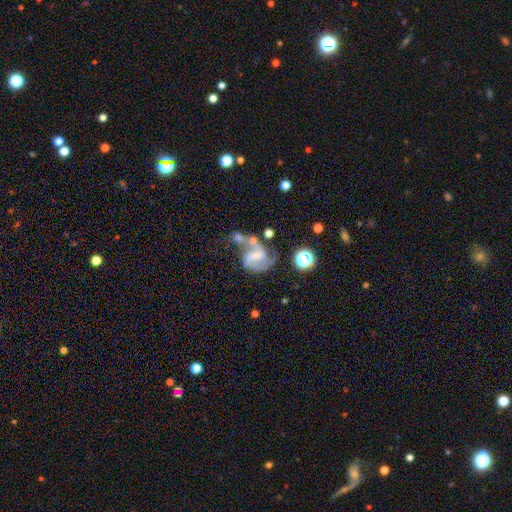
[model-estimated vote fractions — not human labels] Morphology: type=featured or disk (69%); edge-on=no (98%); bar=weak (45%); spiral arms=yes (85%); winding=medium (44%); arm count=2 (70%); bulge=small (39%); merging=merger (29%).